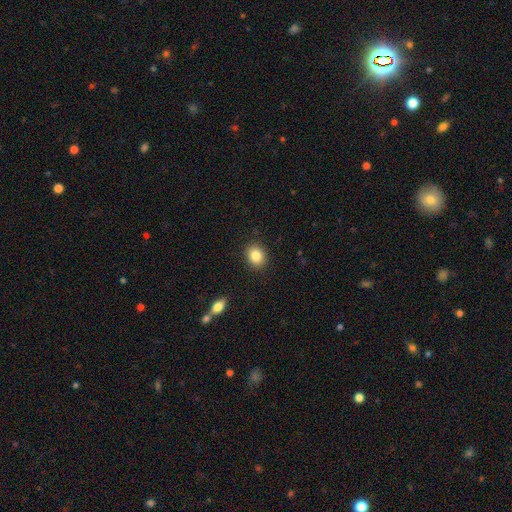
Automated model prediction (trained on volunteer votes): Overall: smooth (85%). How rounded: round (56%; in between 43%). Merging: none (89%).